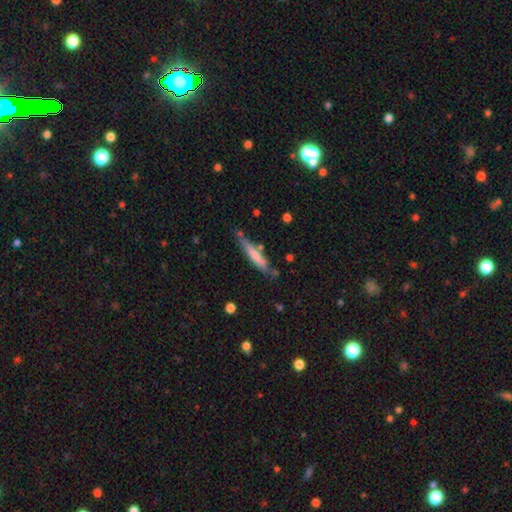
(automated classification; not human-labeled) Morphology: type=smooth (64%); roundness=cigar-shaped (89%); merging=none (66%).